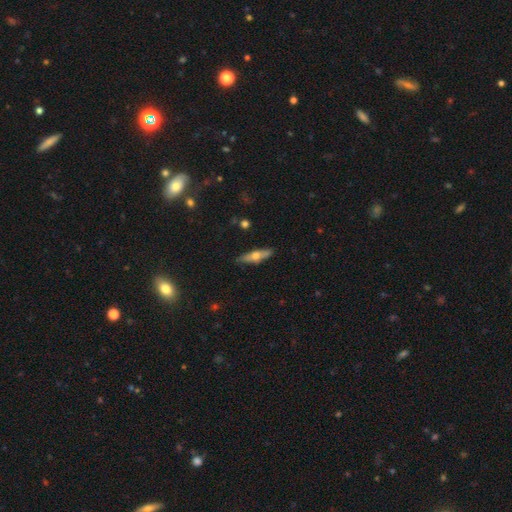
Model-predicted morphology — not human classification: A smooth galaxy with no disk features (47%, tied with featured or disk).

Vote fractions:
- Smooth or featured? smooth: 47% (tied) / featured or disk: 47% (tied) / star or artifact: 6%
- Merging? none: 84% / minor disturbance: 12% / major disturbance: 2% / merger: 2%